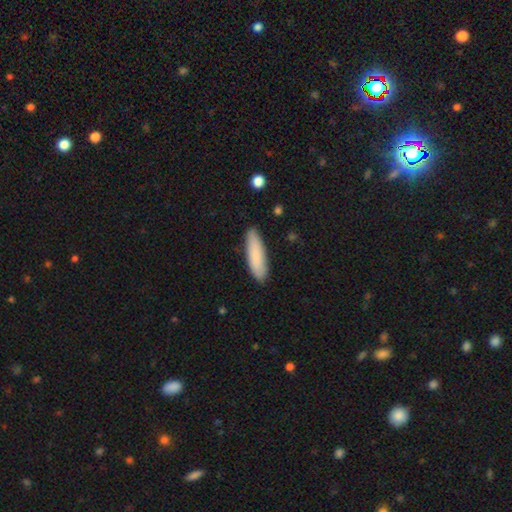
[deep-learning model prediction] A smooth galaxy with no disk features (85%) that is cigar-shaped (66%). Merging: none (86%).